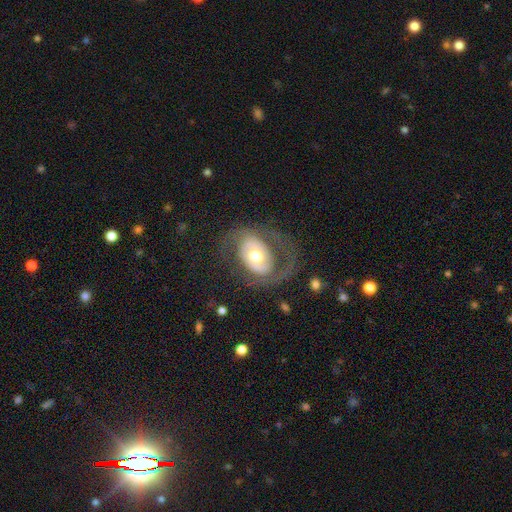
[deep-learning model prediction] This appears to be a featured or disk galaxy (69%) with no bar (61%), spiral arms (60%) and a moderate central bulge (71%). Merging: none (61%).